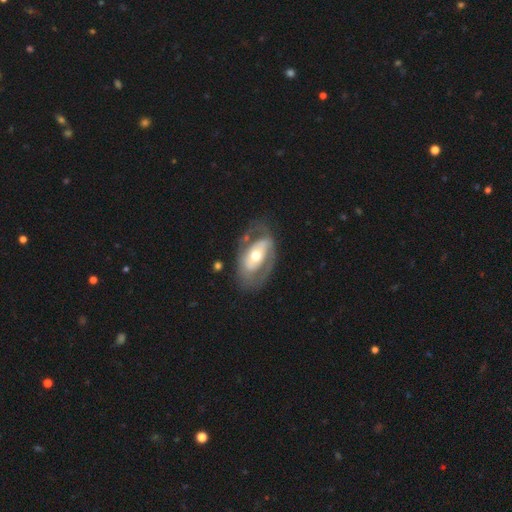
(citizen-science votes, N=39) Smooth or featured?
  - featured or disk: 69% *
  - smooth: 31%
  - star or artifact: 0%
Edge-on disk?
  - no: 96% *
  - yes: 4%
Bar?
  - no: 42% *
  - strong: 35%
  - weak: 23%
Spiral arms?
  - no: 54% *
  - yes: 46%
Bulge size?
  - moderate: 42% *
  - large: 31%
  - small: 23%
  - dominant: 4%
  - none: 0%
Merging?
  - none: 54% *
  - major disturbance: 31%
  - minor disturbance: 10%
  - merger: 5%